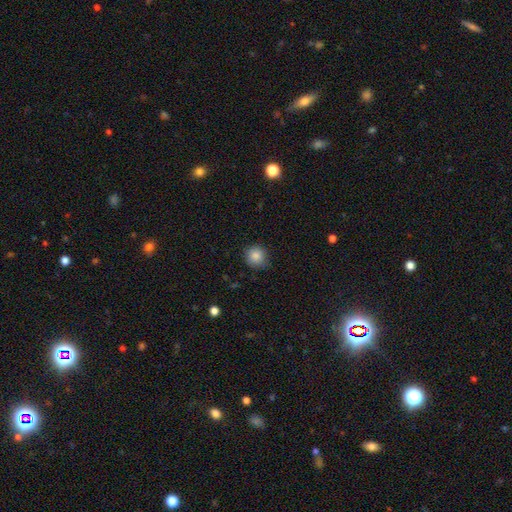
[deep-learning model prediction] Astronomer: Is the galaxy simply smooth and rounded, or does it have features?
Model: smooth — 86%.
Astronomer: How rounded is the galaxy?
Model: round — 92%.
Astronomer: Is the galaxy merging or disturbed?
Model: none — 81%.